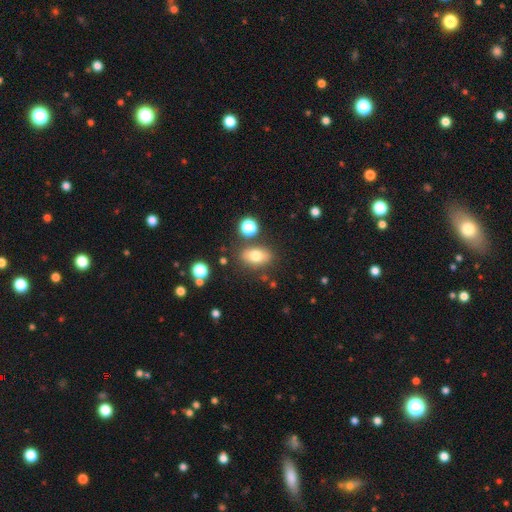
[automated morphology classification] Overall: smooth (74%). How rounded: in between (82%). Merging: none (78%).